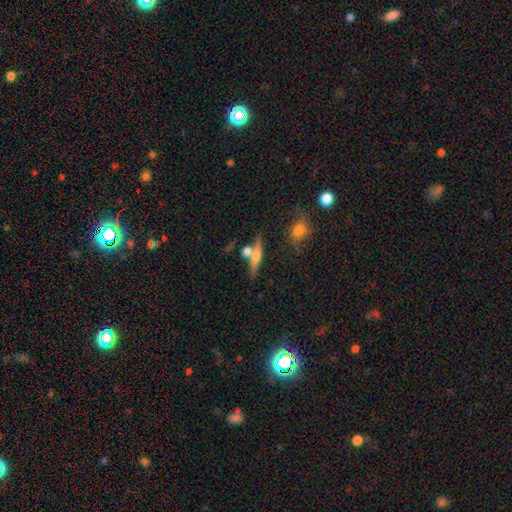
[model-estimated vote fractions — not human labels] The model was most divided on "smooth or featured": featured or disk: 46%, smooth: 45%, star or artifact: 8%. More confident: merging — none (64%).